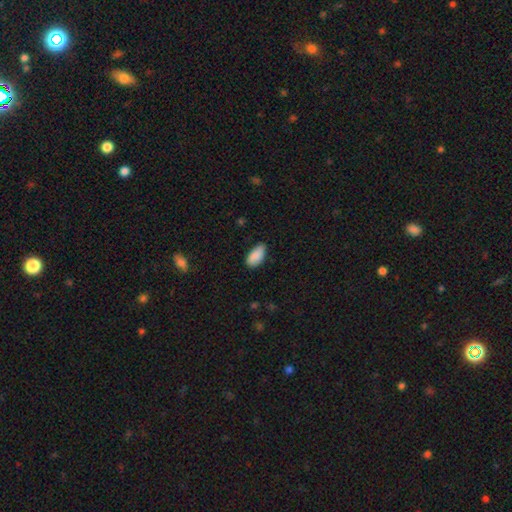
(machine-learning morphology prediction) Smooth or featured? smooth (87%)
How rounded? in between (94%)
Merging? none (74%)